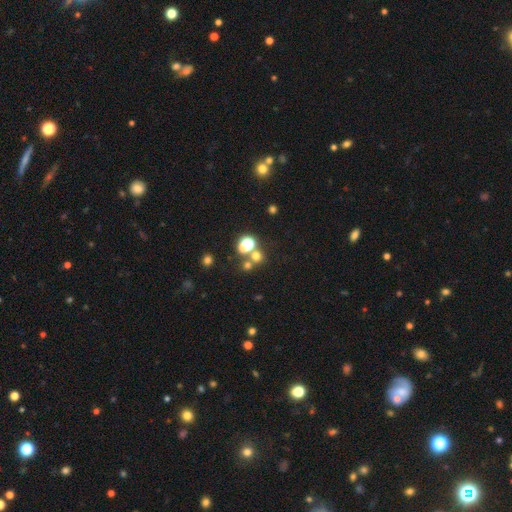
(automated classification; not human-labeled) The model was most divided on "smooth or featured": smooth: 60%, star or artifact: 31%, featured or disk: 9%. More confident: how rounded — round (86%); merging — none (61%).